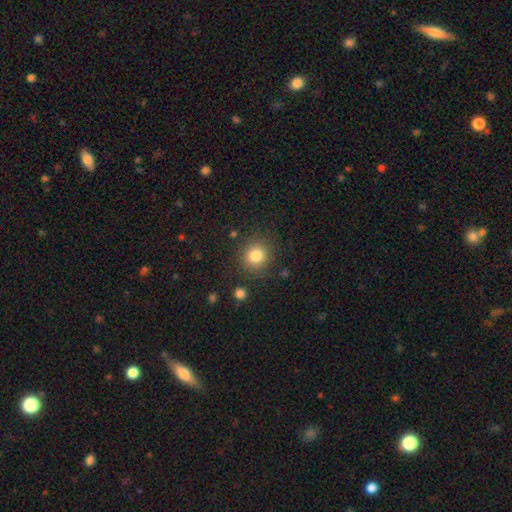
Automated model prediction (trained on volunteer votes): Smooth or featured? Predicted: smooth (p=0.82). How rounded? Predicted: round (p=0.90). Merging? Predicted: none (p=0.85).